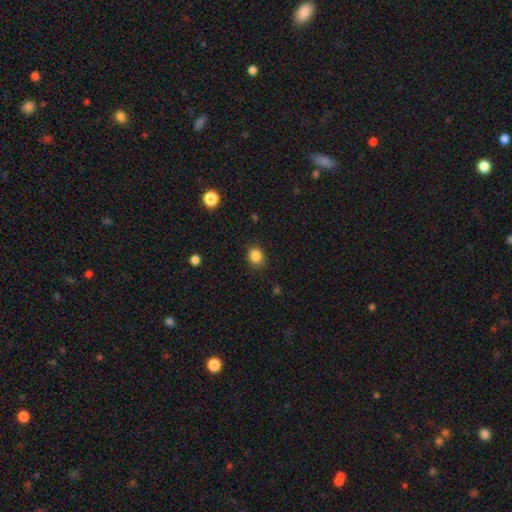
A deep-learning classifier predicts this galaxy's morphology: Smooth or featured? Predicted: smooth (p=0.86). How rounded? Predicted: round (p=0.67). Merging? Predicted: none (p=0.87).